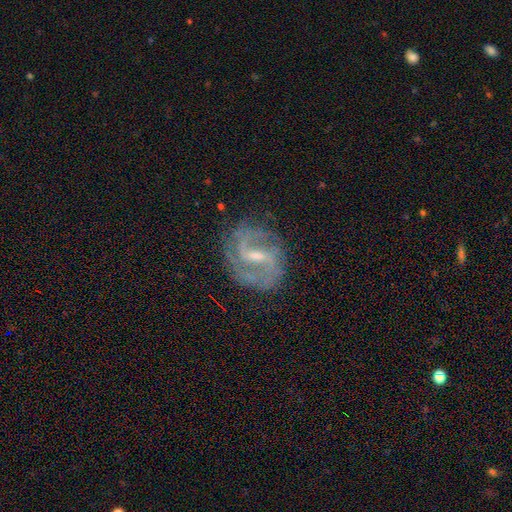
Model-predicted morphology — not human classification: This appears to be a featured or disk galaxy (86%) with a weak bar (54%), 2 (70%) medium (51%) spiral arms (95%) and a small central bulge (51%). Merging: none (74%).